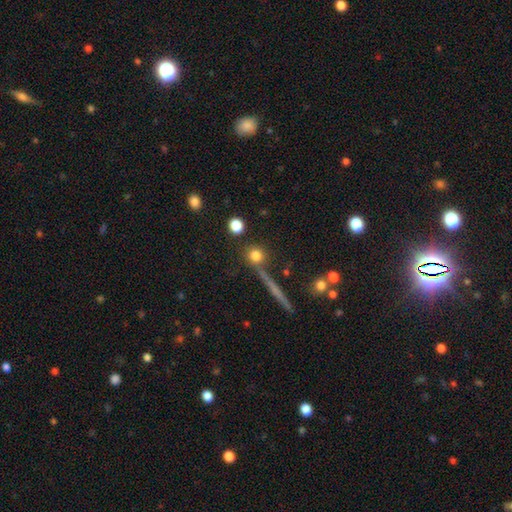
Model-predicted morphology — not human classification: This is likely a smooth galaxy (79%). How rounded: clearly round (90%). Merging: likely none (76%).